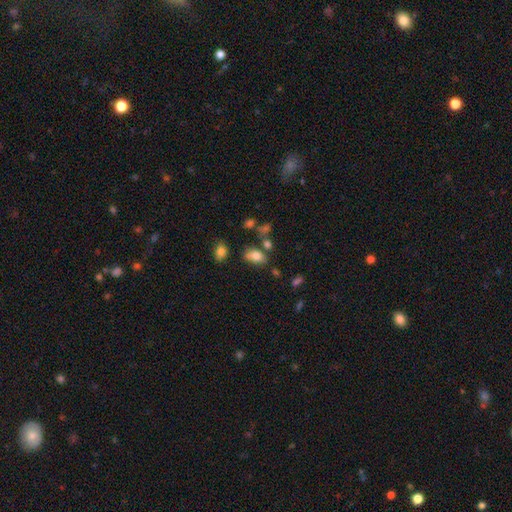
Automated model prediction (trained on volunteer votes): Overall: smooth (80%). How rounded: in between (89%). Merging: none (62%).